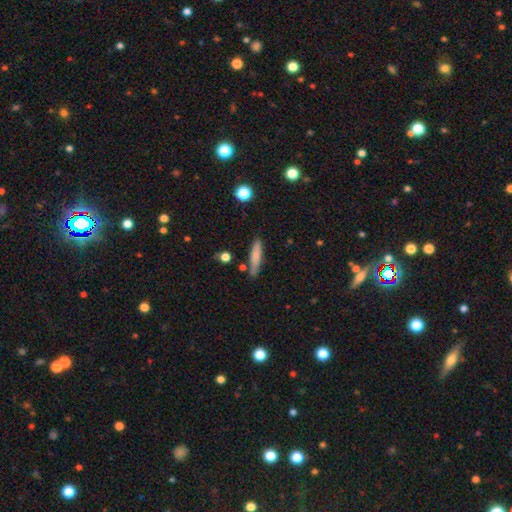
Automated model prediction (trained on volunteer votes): This appears to be a smooth galaxy with no disk features (76%) that is cigar-shaped (83%). Merging: none (80%).